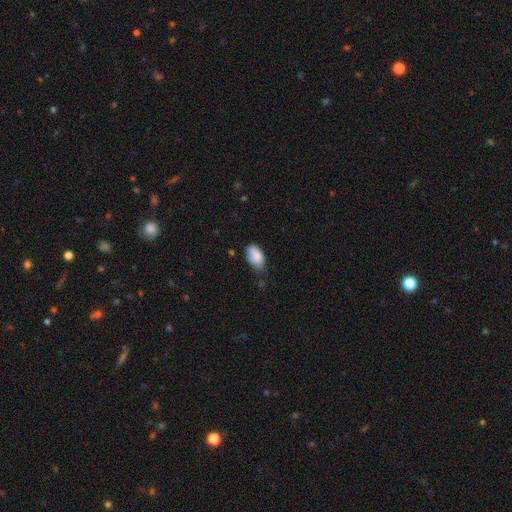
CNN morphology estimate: smooth_or_featured: smooth (p=0.84) [alt: featured or disk p=0.08]
how_rounded: in between (p=0.92) [alt: round p=0.06]
merging: none (p=0.52) [alt: minor disturbance p=0.37]